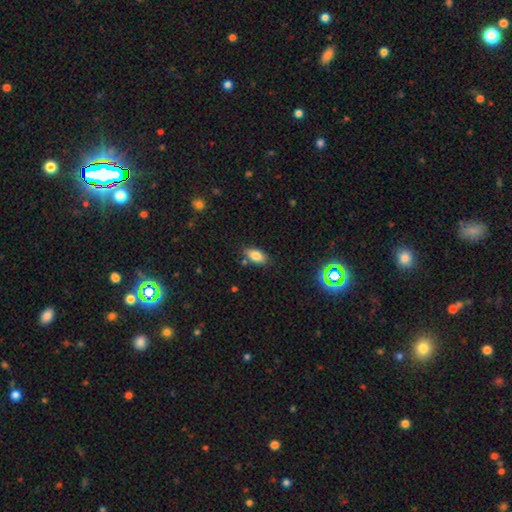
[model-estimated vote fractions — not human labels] A smooth galaxy with no disk features (82%) that is in between round and cigar-shaped (90%).

Vote fractions:
- Smooth or featured? smooth: 82% / star or artifact: 9% / featured or disk: 9%
- How rounded? in between: 90% / round: 5% / cigar-shaped: 5%
- Merging? none: 80% / minor disturbance: 14% / merger: 4% / major disturbance: 3%